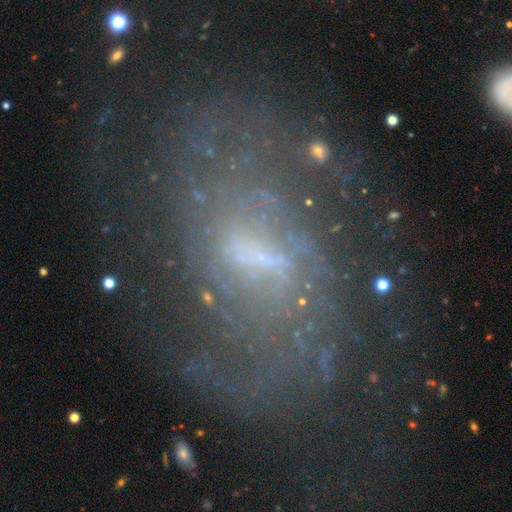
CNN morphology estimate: smooth_or_featured: featured or disk (p=0.72) [alt: star or artifact p=0.15]
disk_edge_on: no (p=0.95) [alt: yes p=0.05]
bar: weak (p=0.42) [alt: no p=0.29]
has_spiral_arms: yes (p=0.66) [alt: no p=0.34]
bulge_size: small (p=0.44) [alt: none p=0.32]
merging: none (p=0.52) [alt: major disturbance p=0.24]